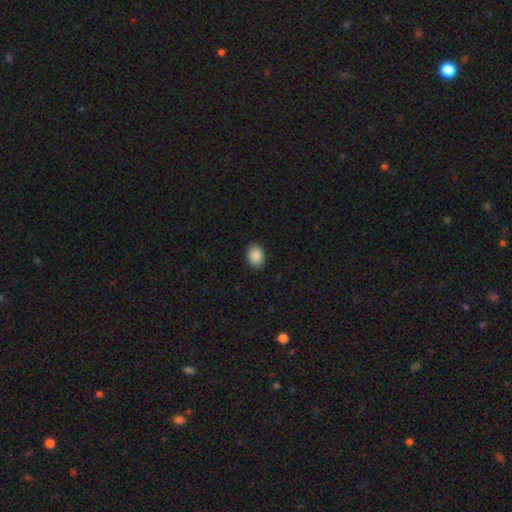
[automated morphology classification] Q: Smooth or featured?
A: smooth (90%); runner-up: star or artifact (8%)
Q: How rounded?
A: in between (68%); runner-up: round (31%)
Q: Merging?
A: none (89%); runner-up: minor disturbance (8%)